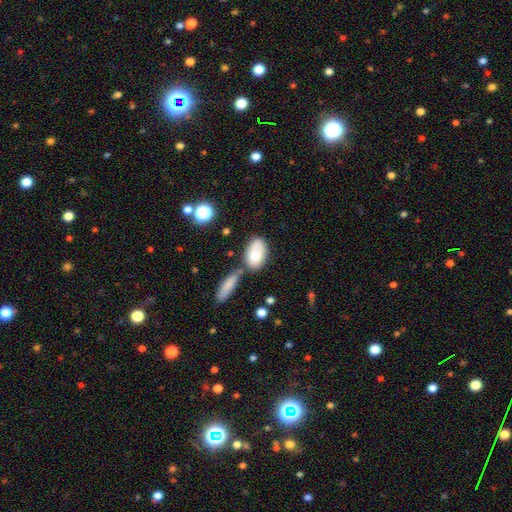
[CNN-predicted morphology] This is likely a smooth galaxy (69%). How rounded: clearly in between (89%). Merging: possibly none (47%).